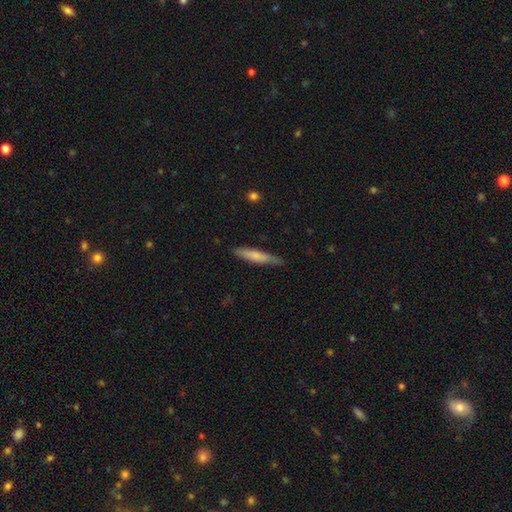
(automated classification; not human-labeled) Smooth or featured? Predicted: smooth (p=0.68). How rounded? Predicted: cigar-shaped (p=0.88). Merging? Predicted: none (p=0.81).